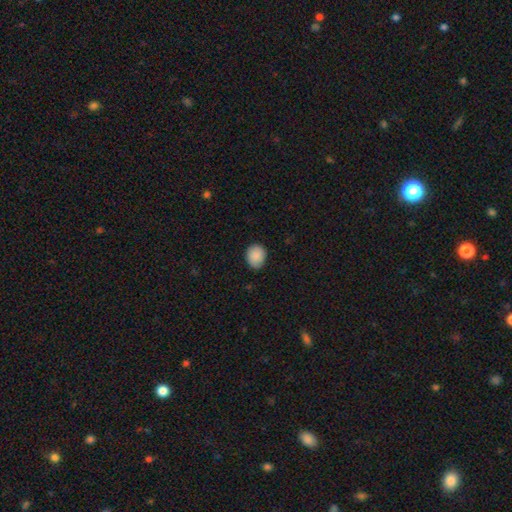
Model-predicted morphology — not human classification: type=smooth (89%); roundness=round (59%); merging=none (82%).